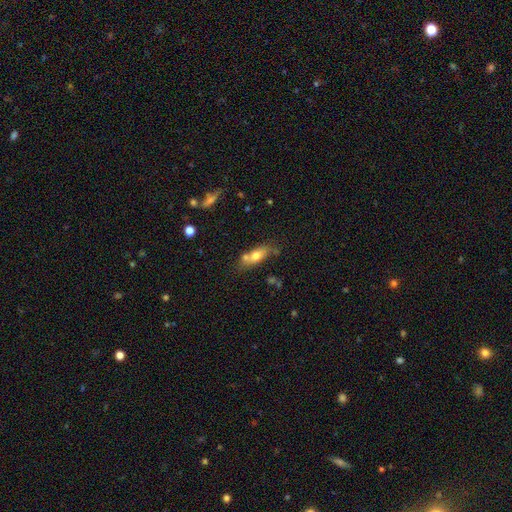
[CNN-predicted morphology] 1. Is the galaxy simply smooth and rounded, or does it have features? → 67% smooth, 25% featured or disk, 9% star or artifact.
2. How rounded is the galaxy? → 71% in between, 23% cigar-shaped, 6% round.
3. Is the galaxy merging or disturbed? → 53% none, 26% merger, 16% minor disturbance, 5% major disturbance.